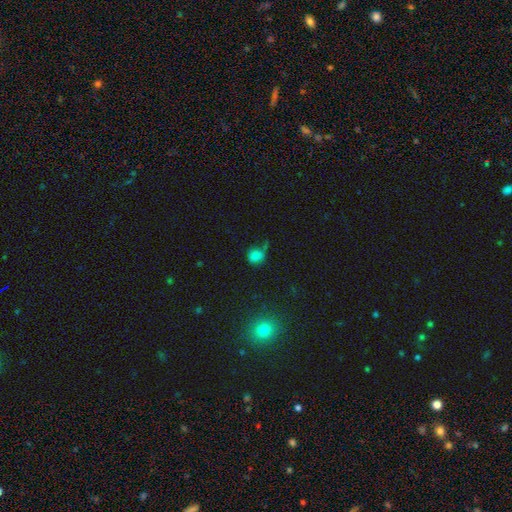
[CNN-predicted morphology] type=smooth (74%); roundness=round (73%); merging=none (46%).